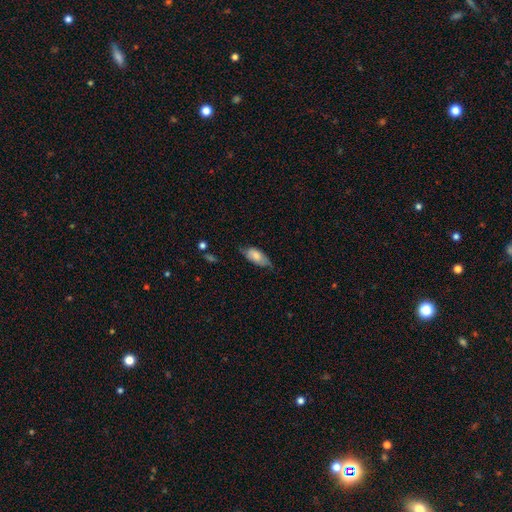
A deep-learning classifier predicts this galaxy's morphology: smooth_or_featured: smooth (p=0.68) [alt: featured or disk p=0.25]
how_rounded: in between (p=0.89) [alt: cigar-shaped p=0.08]
merging: none (p=0.54) [alt: minor disturbance p=0.35]